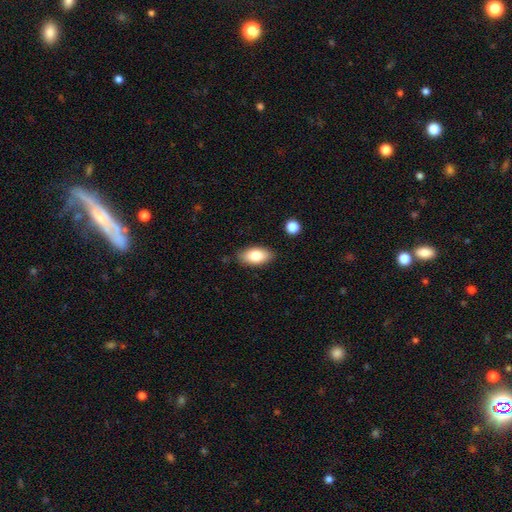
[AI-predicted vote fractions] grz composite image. It shows a smooth galaxy with no disk features (81%) that is in between round and cigar-shaped (91%). Merging: none (84%).